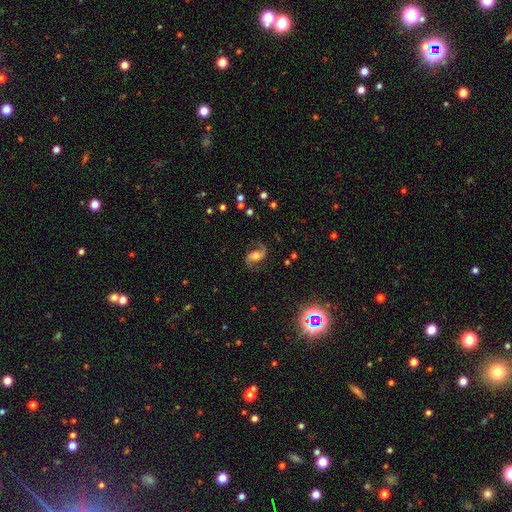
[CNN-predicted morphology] Q: Smooth or featured?
A: featured or disk (82%); runner-up: smooth (9%)
Q: Edge-on disk?
A: no (97%); runner-up: yes (3%)
Q: Bar?
A: no (45%); runner-up: weak (37%)
Q: Spiral arms?
A: yes (96%); runner-up: no (4%)
Q: Spiral winding?
A: loose (54%); runner-up: medium (37%)
Q: Spiral arm count?
A: 2 (92%); runner-up: 1 (3%)
Q: Bulge size?
A: moderate (56%); runner-up: small (24%)
Q: Merging?
A: none (77%); runner-up: minor disturbance (14%)